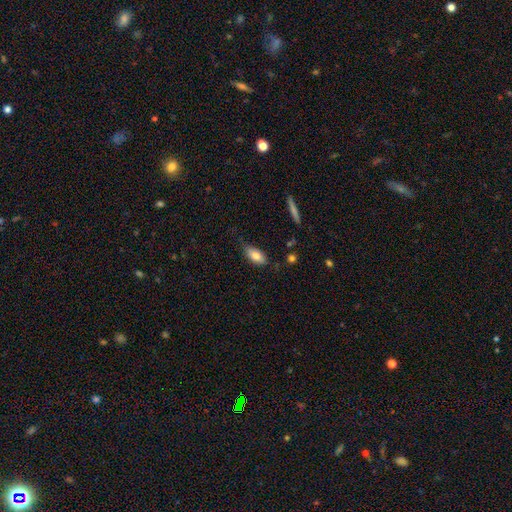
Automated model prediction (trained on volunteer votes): smooth-or-featured: smooth: 78% | featured or disk: 15% | star or artifact: 7%
  how-rounded: in between: 88% | cigar-shaped: 9% | round: 3%
  merging: none: 63% | minor disturbance: 29% | major disturbance: 6% | merger: 2%